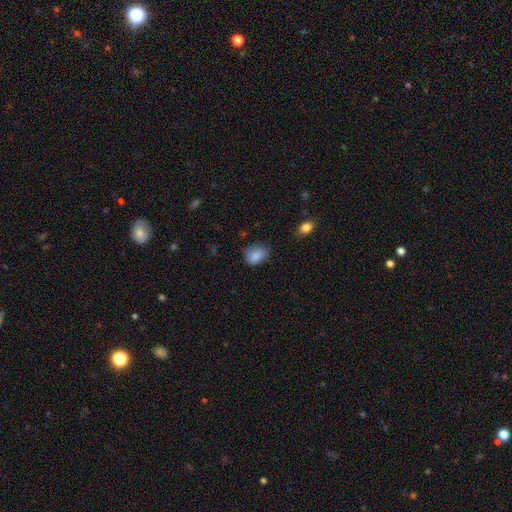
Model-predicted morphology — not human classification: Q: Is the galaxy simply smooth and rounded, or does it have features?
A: smooth — 84%.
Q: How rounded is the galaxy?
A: in between — 62%.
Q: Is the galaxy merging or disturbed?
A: none — 61%.